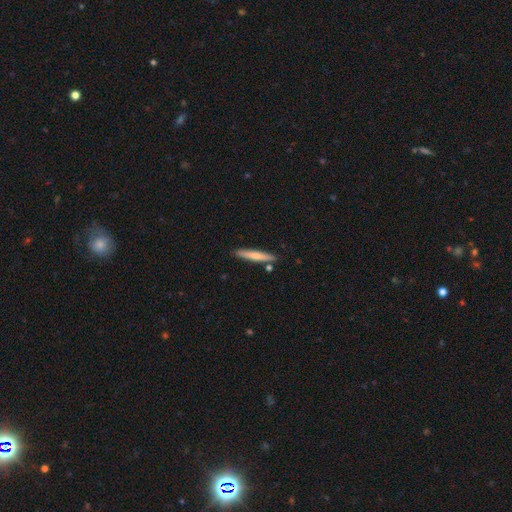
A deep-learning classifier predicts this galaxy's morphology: Q: Smooth or featured?
A: smooth (65%); runner-up: featured or disk (30%)
Q: How rounded?
A: cigar-shaped (93%); runner-up: in between (6%)
Q: Merging?
A: none (85%); runner-up: minor disturbance (9%)